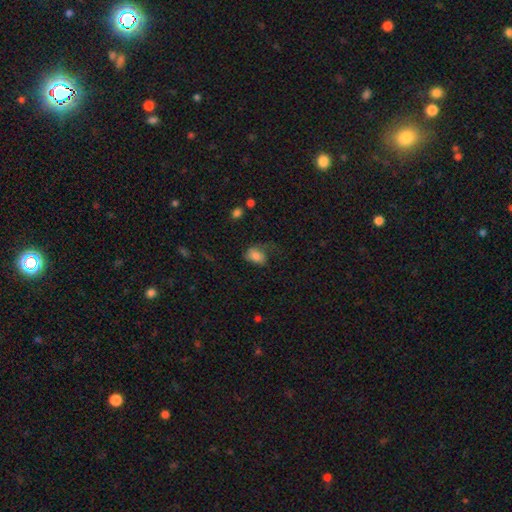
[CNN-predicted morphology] A smooth galaxy with no disk features (75%) that is in between round and cigar-shaped (80%).

Vote fractions:
- Smooth or featured? smooth: 75% / featured or disk: 16% / star or artifact: 10%
- How rounded? in between: 80% / round: 18% / cigar-shaped: 2%
- Merging? major disturbance: 36% / none: 34% / minor disturbance: 27% / merger: 3%